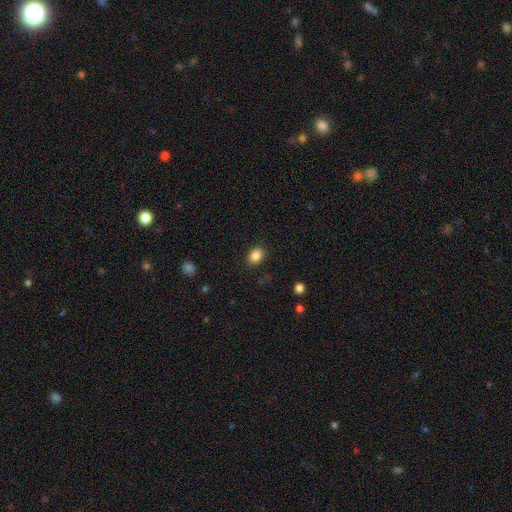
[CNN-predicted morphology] smooth-or-featured: smooth: 86% | star or artifact: 10% | featured or disk: 4%
  how-rounded: in between: 58% | round: 41% | cigar-shaped: 1%
  merging: none: 86% | minor disturbance: 10% | major disturbance: 3% | merger: 1%